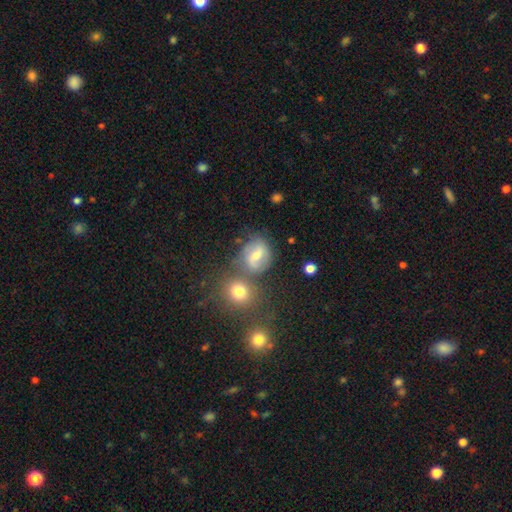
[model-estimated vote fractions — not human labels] A smooth galaxy with no disk features (48%).

Vote fractions:
- Smooth or featured? smooth: 48% / featured or disk: 37% / star or artifact: 16%
- Merging? none: 61% / merger: 16% / minor disturbance: 16% / major disturbance: 7%